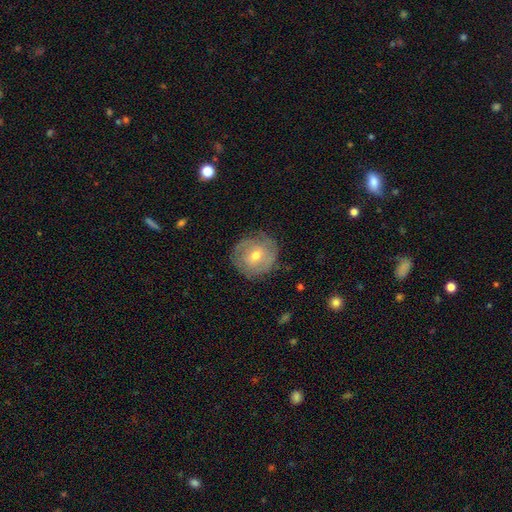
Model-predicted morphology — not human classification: smooth-or-featured: featured or disk: 57% | smooth: 36% | star or artifact: 8%
  disk-edge-on: no: 96% | yes: 4%
    bar: no: 57% | weak: 36% | strong: 8%
    has-spiral-arms: yes: 71% | no: 29%
    bulge-size: moderate: 60% | small: 36% | large: 2% | none: 1% | dominant: 1%
  merging: none: 77% | minor disturbance: 16% | major disturbance: 5% | merger: 1%